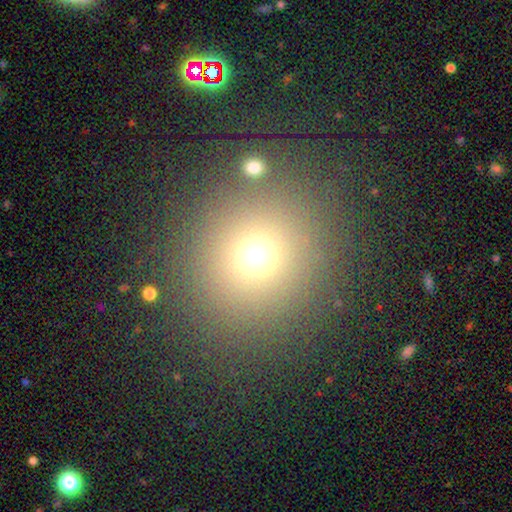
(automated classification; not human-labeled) smooth 68%, star or artifact 23%, featured or disk 9%. Down the decision tree: how rounded — round (90%); merging — none (85%).